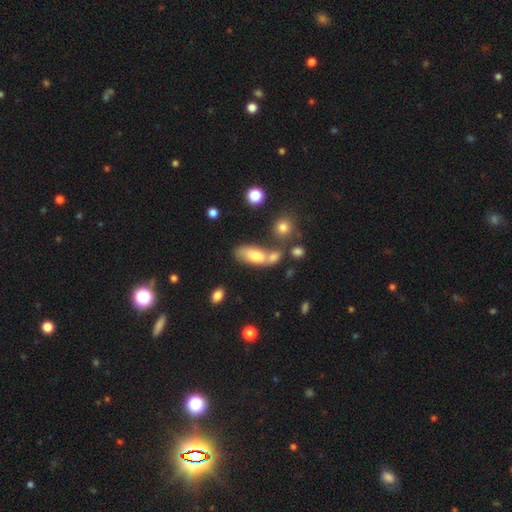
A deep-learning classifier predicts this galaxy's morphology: smooth_or_featured: smooth (p=0.71) [alt: featured or disk p=0.21]
how_rounded: in between (p=0.81) [alt: cigar-shaped p=0.14]
merging: none (p=0.41) [alt: merger p=0.36]